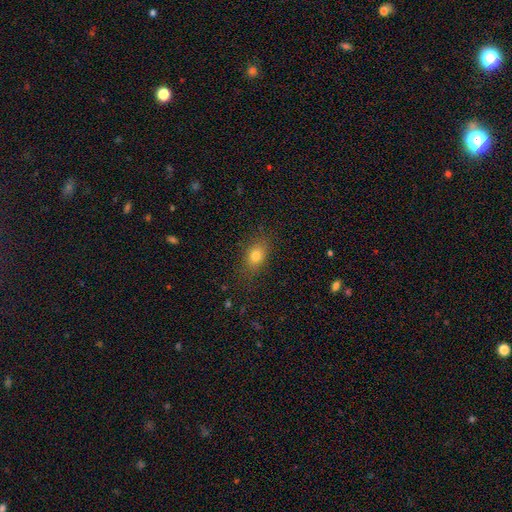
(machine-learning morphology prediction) Smooth or featured? smooth (77%)
How rounded? in between (71%)
Merging? none (82%)